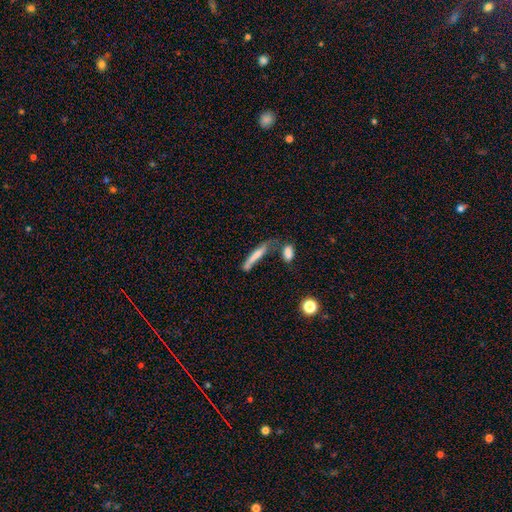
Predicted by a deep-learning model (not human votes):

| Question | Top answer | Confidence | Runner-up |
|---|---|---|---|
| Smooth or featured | smooth | 65% | featured or disk (27%) |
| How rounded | cigar-shaped | 88% | in between (10%) |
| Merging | none | 47% | minor disturbance (21%) |